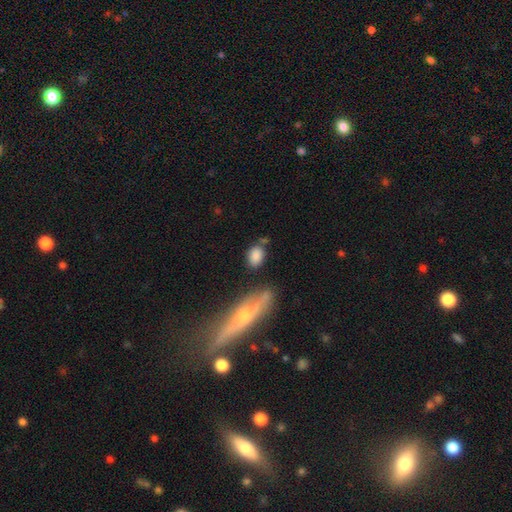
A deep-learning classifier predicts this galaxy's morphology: A smooth galaxy with no disk features (83%) that is in between round and cigar-shaped (78%).

Vote fractions:
- Smooth or featured? smooth: 83% / featured or disk: 9% / star or artifact: 8%
- How rounded? in between: 78% / round: 18% / cigar-shaped: 3%
- Merging? none: 66% / minor disturbance: 18% / merger: 10% / major disturbance: 6%